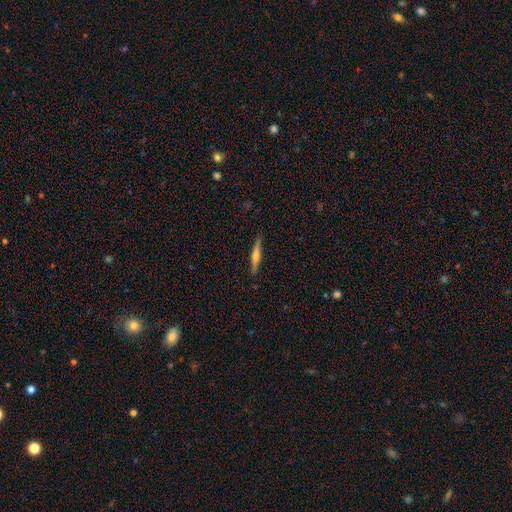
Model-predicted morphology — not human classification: Smooth or featured?
  - featured or disk: 61% *
  - smooth: 33%
  - star or artifact: 6%
Edge-on disk?
  - yes: 98% *
  - no: 2%
Edge-on bulge?
  - rounded: 79% *
  - boxy: 11%
  - none: 10%
Merging?
  - none: 89% *
  - minor disturbance: 8%
  - major disturbance: 2%
  - merger: 1%